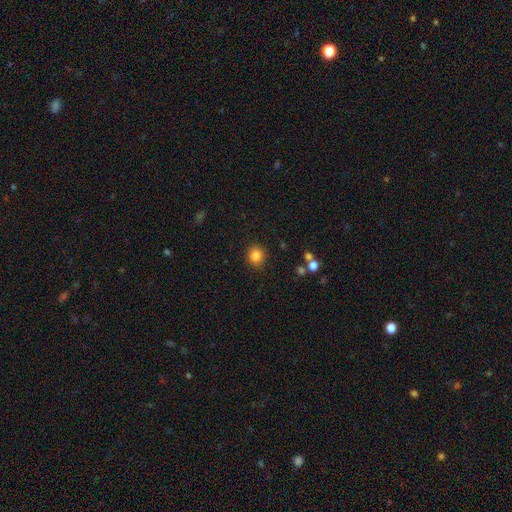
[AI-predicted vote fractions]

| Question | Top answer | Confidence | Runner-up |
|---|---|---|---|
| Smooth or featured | smooth | 84% | star or artifact (11%) |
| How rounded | round | 84% | in between (15%) |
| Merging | none | 89% | minor disturbance (7%) |